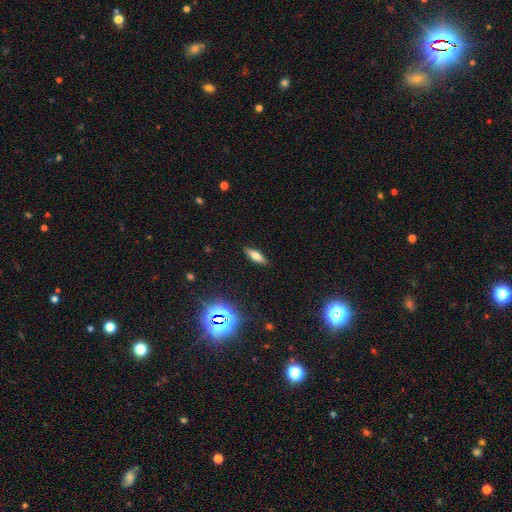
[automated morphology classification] type=smooth (62%); roundness=in between (51%); merging=none (88%).